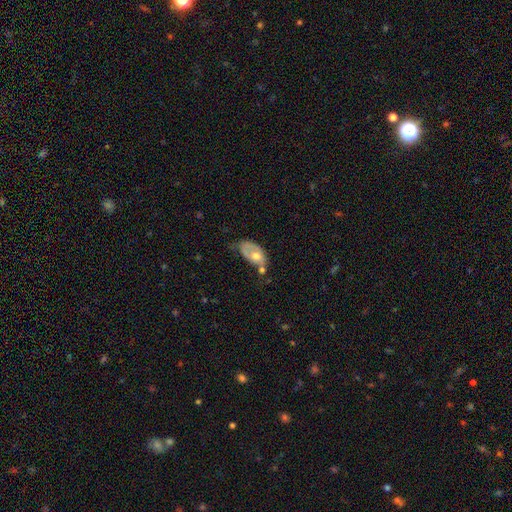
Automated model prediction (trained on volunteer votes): Smooth or featured? Predicted: smooth (p=0.48). Merging? Predicted: none (p=0.29, tied with minor disturbance).